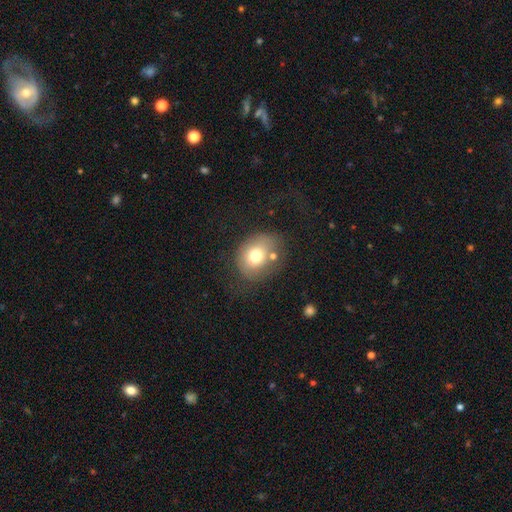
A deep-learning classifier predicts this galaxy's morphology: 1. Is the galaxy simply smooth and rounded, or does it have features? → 71% smooth, 19% featured or disk, 10% star or artifact.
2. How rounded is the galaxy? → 55% round, 44% in between, 1% cigar-shaped.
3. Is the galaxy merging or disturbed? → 51% none, 24% minor disturbance, 13% major disturbance, 12% merger.